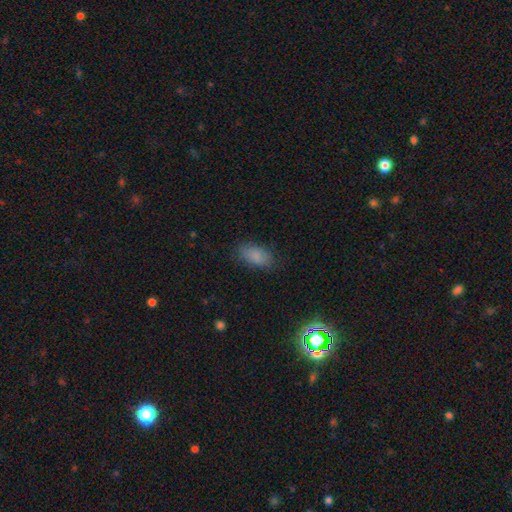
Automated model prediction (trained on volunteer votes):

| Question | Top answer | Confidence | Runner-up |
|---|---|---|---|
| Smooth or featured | smooth | 84% | star or artifact (9%) |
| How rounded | in between | 91% | cigar-shaped (5%) |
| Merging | none | 80% | minor disturbance (15%) |